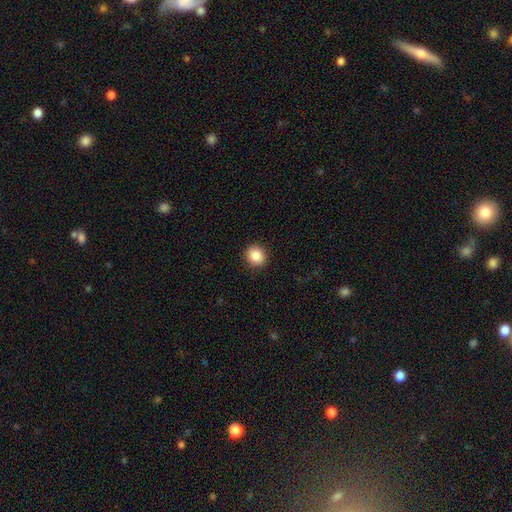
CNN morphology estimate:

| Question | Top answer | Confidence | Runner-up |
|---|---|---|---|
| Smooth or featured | smooth | 86% | star or artifact (9%) |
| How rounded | round | 84% | in between (16%) |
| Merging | none | 91% | minor disturbance (6%) |